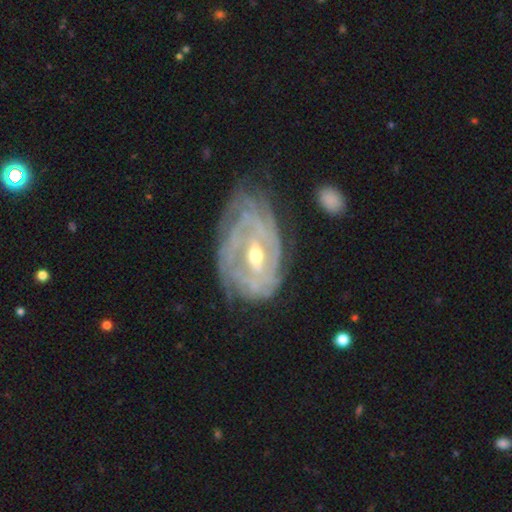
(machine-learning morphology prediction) Smooth or featured: featured or disk — 86% (smooth — 8%)
Edge-on disk: no — 95% (yes — 5%)
Bar: weak — 45% (strong — 30%)
Spiral arms: yes — 90% (no — 10%)
Spiral winding: tight — 74% (medium — 20%)
Spiral arm count: can't tell — 46% (2 — 19%)
Bulge size: moderate — 62% (small — 34%)
Merging: none — 61% (minor disturbance — 25%)